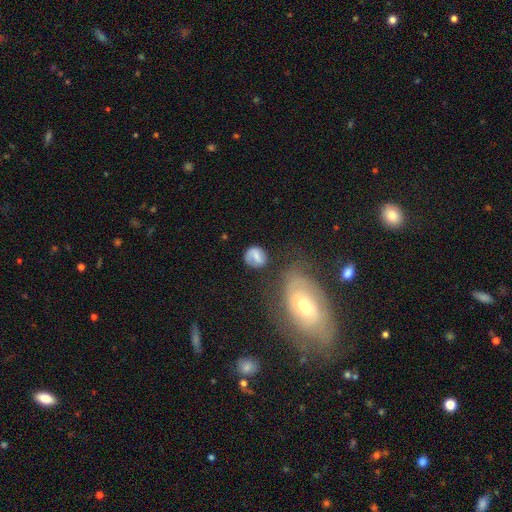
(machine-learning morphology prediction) Smooth or featured?
  - smooth: 55% *
  - featured or disk: 35%
  - star or artifact: 10%
How rounded?
  - round: 70% *
  - in between: 28%
  - cigar-shaped: 2%
Merging?
  - none: 60% *
  - minor disturbance: 21%
  - major disturbance: 11%
  - merger: 8%